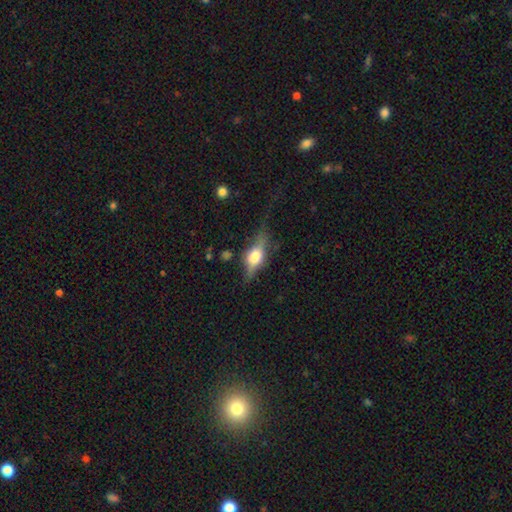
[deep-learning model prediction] featured or disk 49%, smooth 42%, star or artifact 9%. Down the decision tree: merging — none (61%).